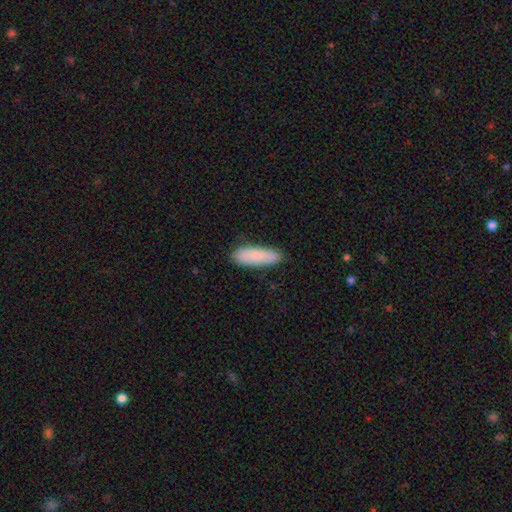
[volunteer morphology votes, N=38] This appears to be a smooth galaxy with no disk features (84%) that is cigar-shaped (53%). Merging: none (94%).